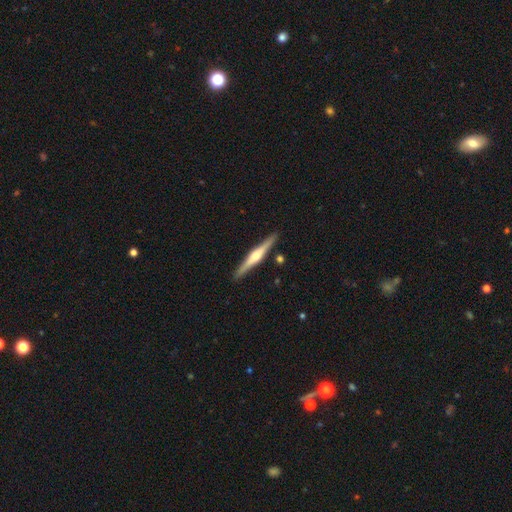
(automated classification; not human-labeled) Smooth or featured? Predicted: featured or disk (p=0.75). Edge-on disk? Predicted: yes (p=0.98). Edge-on bulge? Predicted: rounded (p=0.85). Merging? Predicted: none (p=0.90).